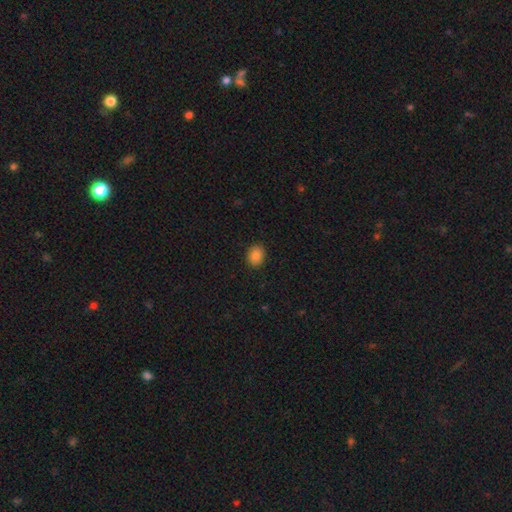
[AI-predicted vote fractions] Smooth or featured? Predicted: smooth (p=0.85). How rounded? Predicted: in between (p=0.56). Merging? Predicted: none (p=0.89).